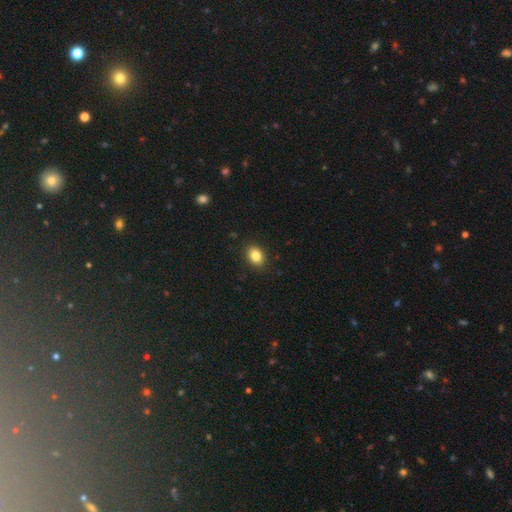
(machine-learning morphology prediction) smooth-or-featured: smooth: 84% | star or artifact: 9% | featured or disk: 7%
  how-rounded: in between: 69% | round: 30% | cigar-shaped: 1%
  merging: none: 89% | minor disturbance: 8% | major disturbance: 2% | merger: 1%